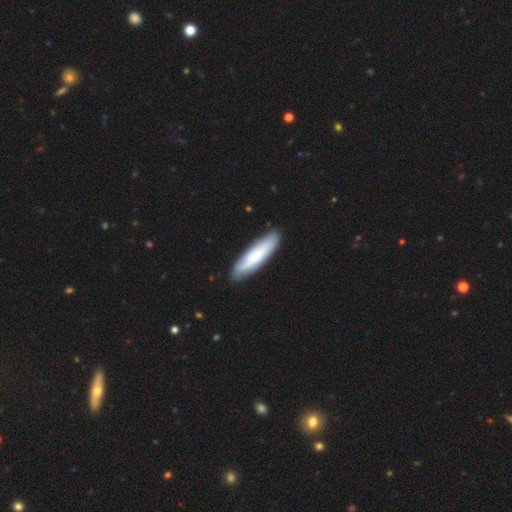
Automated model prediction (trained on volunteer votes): Overall: smooth (63%; featured or disk 32%). How rounded: cigar-shaped (67%; in between 31%). Merging: none (85%).